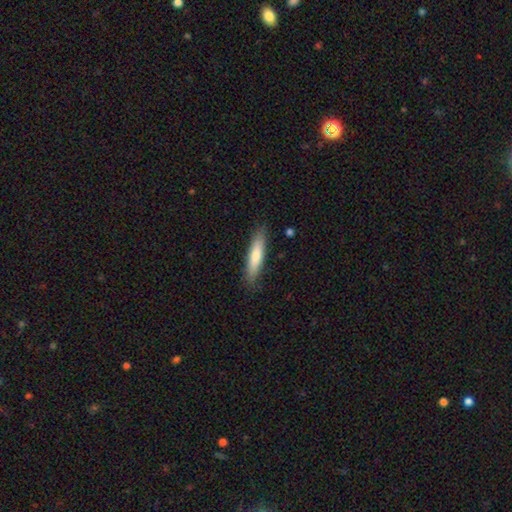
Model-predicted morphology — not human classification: Q: Smooth or featured?
A: smooth (72%); runner-up: featured or disk (23%)
Q: How rounded?
A: cigar-shaped (85%); runner-up: in between (14%)
Q: Merging?
A: none (88%); runner-up: minor disturbance (9%)